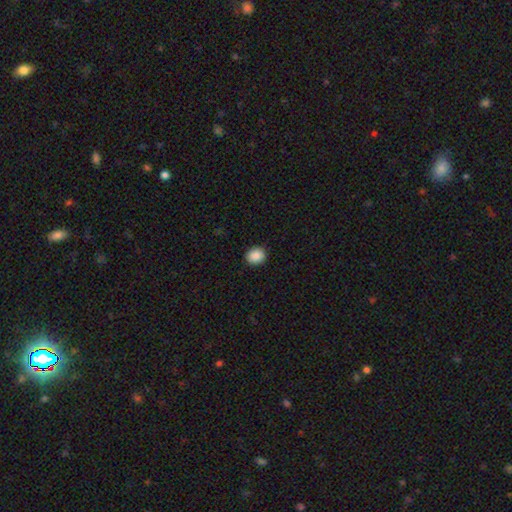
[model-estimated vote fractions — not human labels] This appears to be a smooth galaxy with no disk features (88%) that is round (76%). Merging: none (91%).